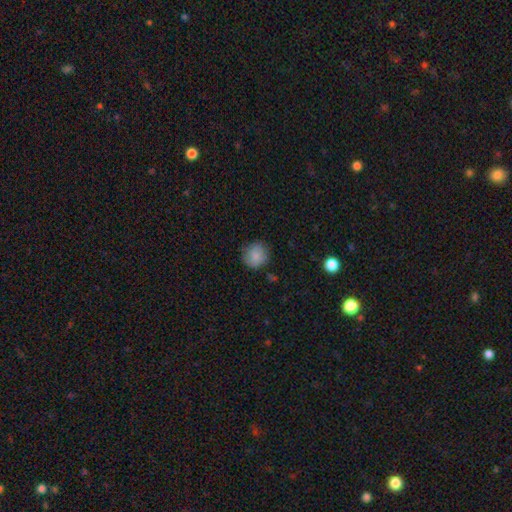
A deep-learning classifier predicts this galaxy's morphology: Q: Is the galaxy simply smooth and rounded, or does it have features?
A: smooth — 84%.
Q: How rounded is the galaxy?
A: round — 90%.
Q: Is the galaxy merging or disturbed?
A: none — 80%.